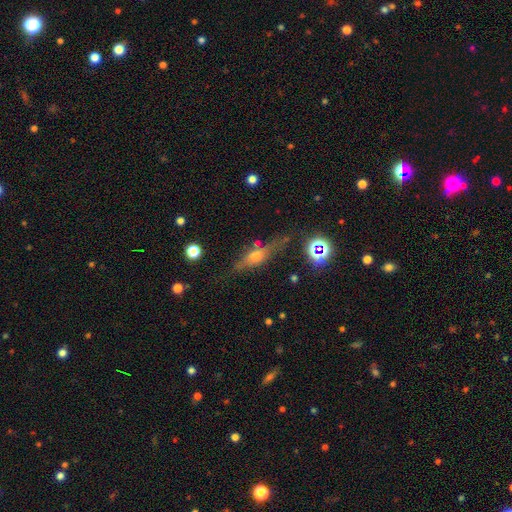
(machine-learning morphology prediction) featured or disk 56%, smooth 31%, star or artifact 13%. Down the decision tree: edge-on disk — yes (87%); merging — none (73%).